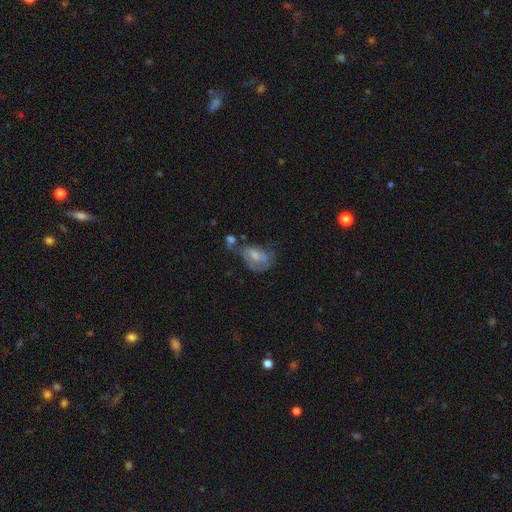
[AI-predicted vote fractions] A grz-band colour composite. It shows a smooth galaxy with no disk features (54%) that is in between round and cigar-shaped (83%). Merging: none (27%).